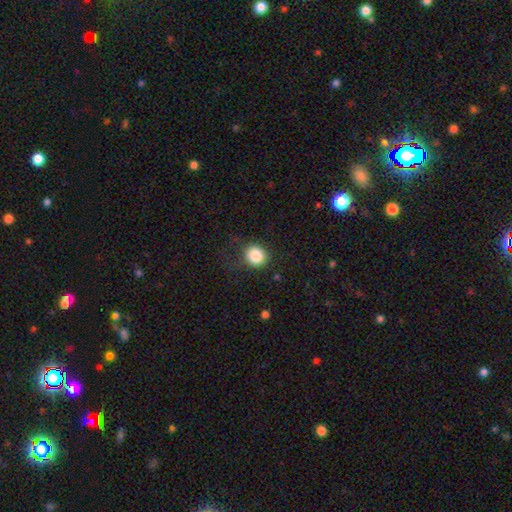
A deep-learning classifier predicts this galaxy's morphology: A smooth galaxy with no disk features (85%) that is round (84%).

Vote fractions:
- Smooth or featured? smooth: 85% / star or artifact: 9% / featured or disk: 5%
- How rounded? round: 84% / in between: 15% / cigar-shaped: 1%
- Merging? none: 75% / minor disturbance: 16% / major disturbance: 8% / merger: 1%